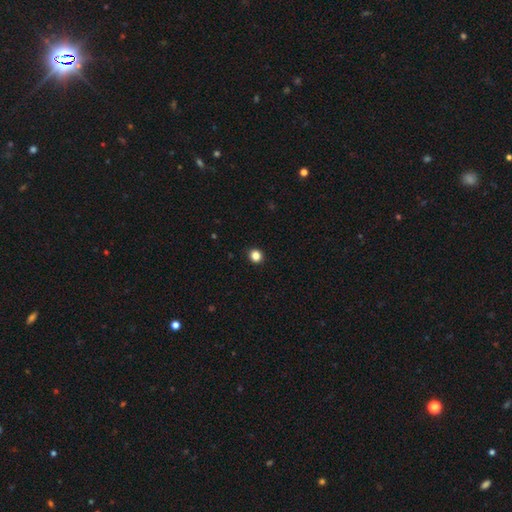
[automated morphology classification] A smooth galaxy with no disk features (84%) that is round (88%).

Vote fractions:
- Smooth or featured? smooth: 84% / star or artifact: 12% / featured or disk: 3%
- How rounded? round: 88% / in between: 11% / cigar-shaped: 1%
- Merging? none: 93% / minor disturbance: 5% / major disturbance: 2% / merger: 1%